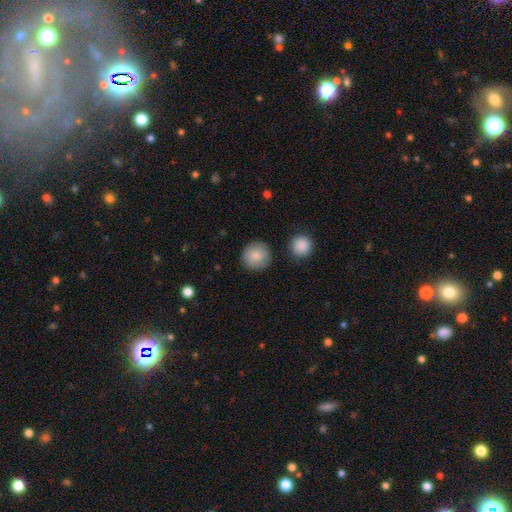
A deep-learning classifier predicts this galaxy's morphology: Smooth or featured: smooth — 86% (featured or disk — 7%)
How rounded: round — 94% (in between — 5%)
Merging: none — 86% (minor disturbance — 9%)